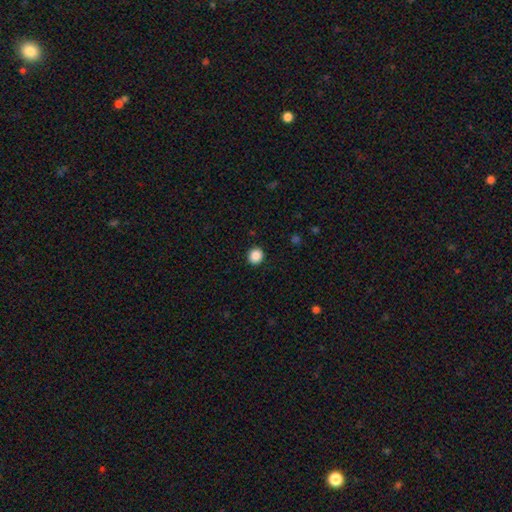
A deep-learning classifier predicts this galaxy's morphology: This appears to be a smooth galaxy with no disk features (88%) that is round (87%). Merging: none (92%).